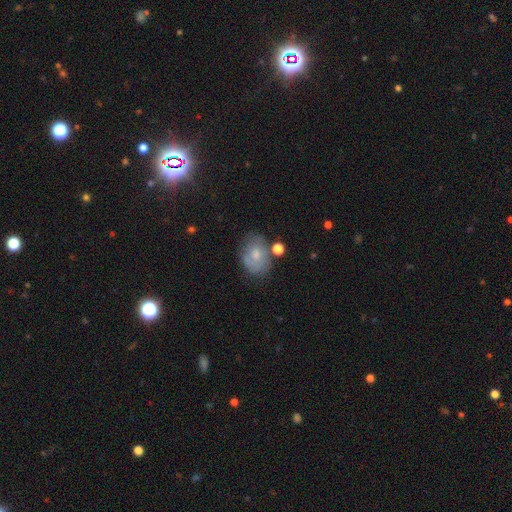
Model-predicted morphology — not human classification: Smooth or featured? Predicted: smooth (p=0.63). How rounded? Predicted: in between (p=0.71). Merging? Predicted: none (p=0.56).